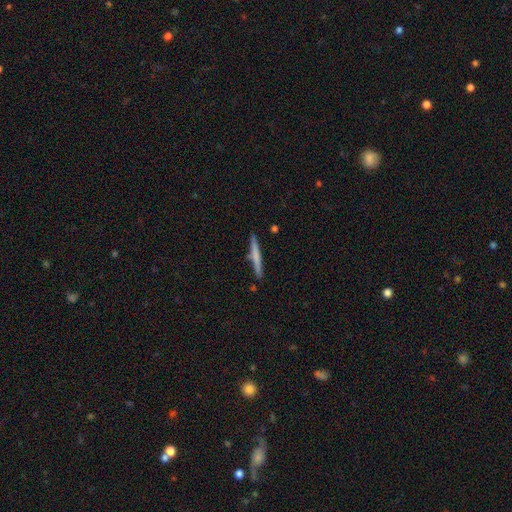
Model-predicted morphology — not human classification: type=smooth (57%); roundness=cigar-shaped (96%); merging=none (86%).